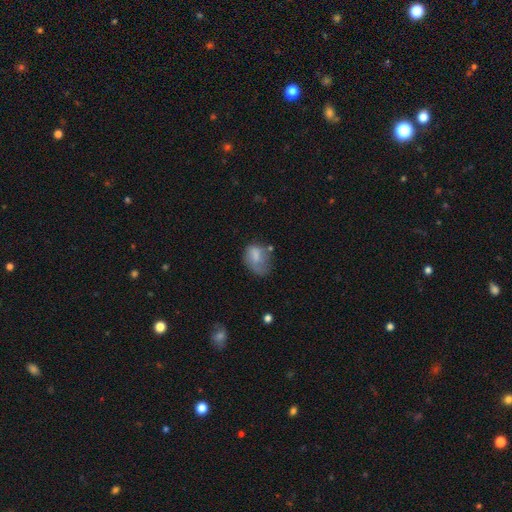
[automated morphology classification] Smooth or featured?
  - smooth: 66% *
  - featured or disk: 25%
  - star or artifact: 9%
How rounded?
  - in between: 70% *
  - round: 28%
  - cigar-shaped: 1%
Merging?
  - minor disturbance: 33% *
  - none: 32%
  - major disturbance: 30%
  - merger: 6%